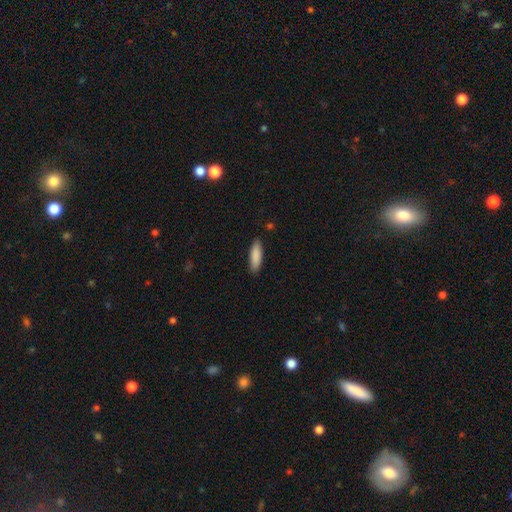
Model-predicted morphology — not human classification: A smooth galaxy with no disk features (88%) that is cigar-shaped (52%). Merging: none (88%).